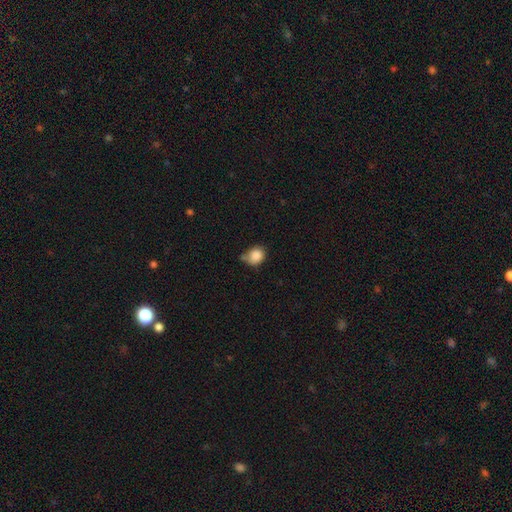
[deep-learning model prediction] This appears to be a smooth galaxy with no disk features (86%) that is round (61%). Merging: none (46%).